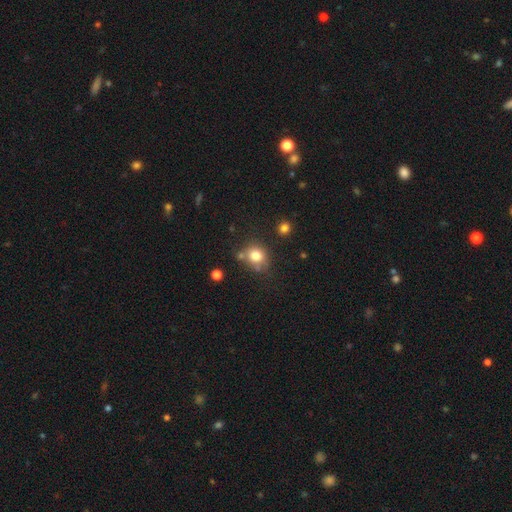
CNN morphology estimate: Overall: smooth (79%). How rounded: round (77%). Merging: none (64%).